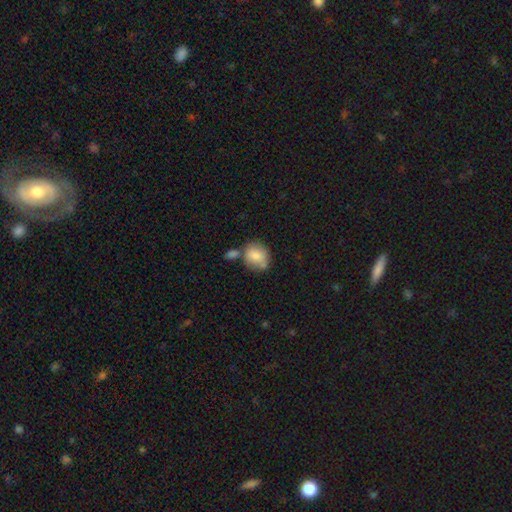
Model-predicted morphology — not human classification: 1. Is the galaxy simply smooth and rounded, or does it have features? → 80% smooth, 13% featured or disk, 7% star or artifact.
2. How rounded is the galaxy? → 67% round, 32% in between, 1% cigar-shaped.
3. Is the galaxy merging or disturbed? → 49% none, 27% merger, 18% minor disturbance, 6% major disturbance.